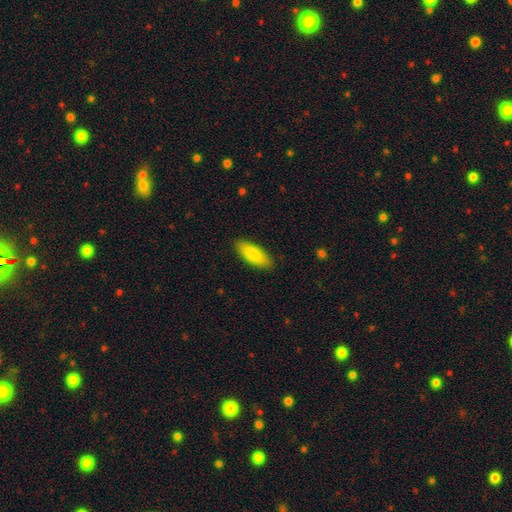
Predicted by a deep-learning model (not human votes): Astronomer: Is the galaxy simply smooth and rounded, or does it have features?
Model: smooth — 88%.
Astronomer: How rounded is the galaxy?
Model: in between — 71%.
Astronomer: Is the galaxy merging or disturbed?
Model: none — 89%.